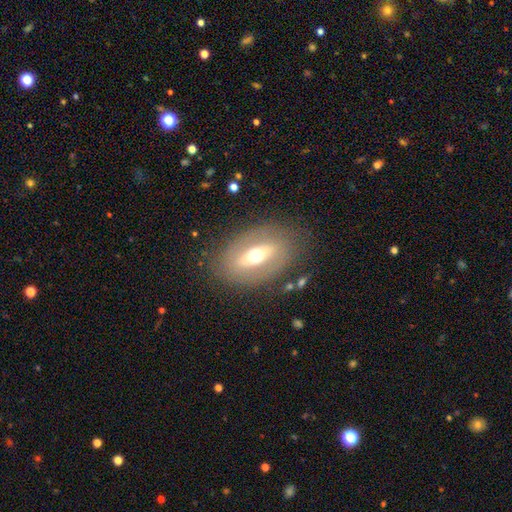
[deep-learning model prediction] Morphology: type=featured or disk (60%); edge-on=no (80%); merging=none (79%).